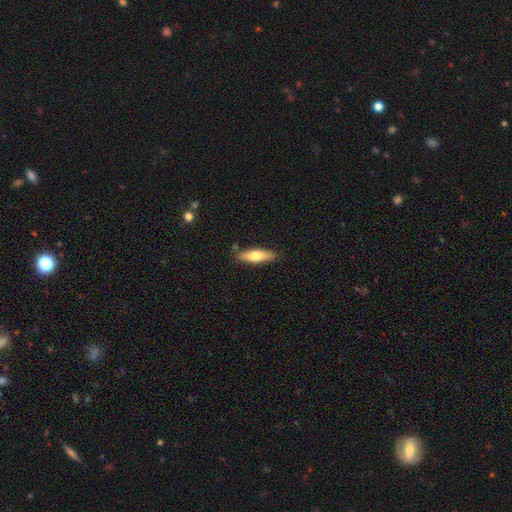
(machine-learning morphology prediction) Smooth or featured? Predicted: smooth (p=0.63). How rounded? Predicted: cigar-shaped (p=0.62). Merging? Predicted: none (p=0.84).